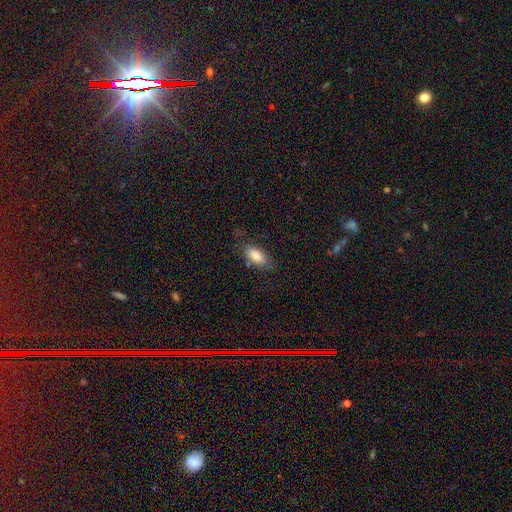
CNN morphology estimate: A smooth galaxy with no disk features (84%) that is in between round and cigar-shaped (87%). Merging: none (73%).